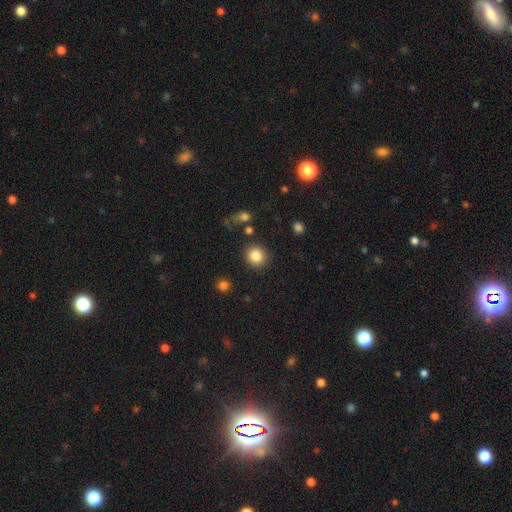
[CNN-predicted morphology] smooth 85%, star or artifact 10%, featured or disk 6%. Down the decision tree: how rounded — round (88%); merging — none (86%).